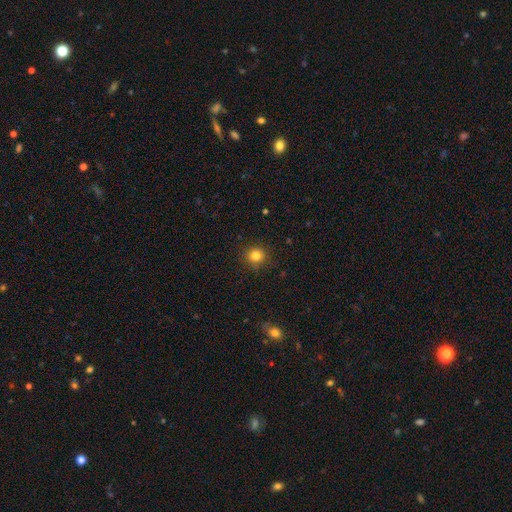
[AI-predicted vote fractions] Overall: smooth (83%). How rounded: round (92%). Merging: none (89%).